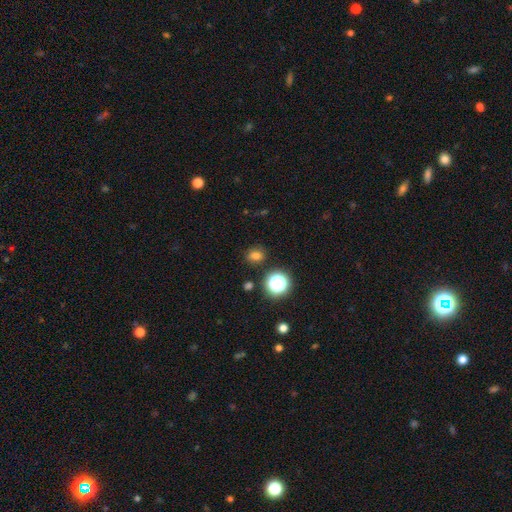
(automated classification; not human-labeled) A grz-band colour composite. It shows a smooth galaxy with no disk features (75%) that is round (52%). Merging: none (82%).